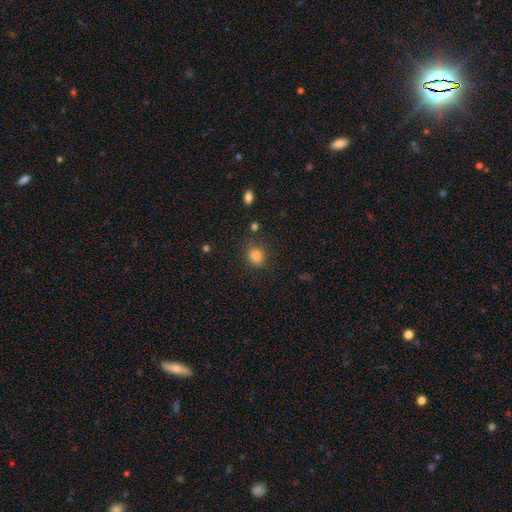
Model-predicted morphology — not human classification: A smooth galaxy with no disk features (84%) that is round (68%). Merging: none (80%).